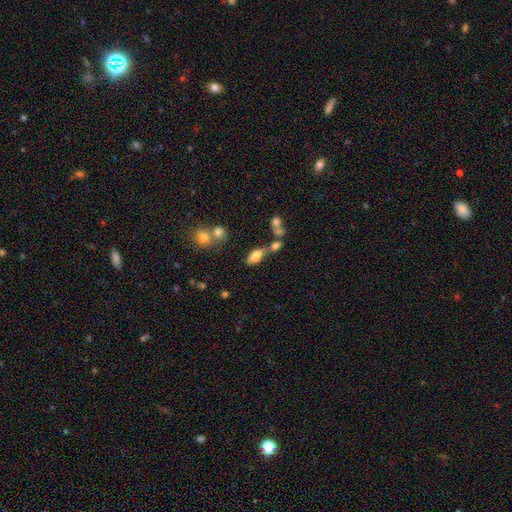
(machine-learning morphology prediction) Smooth or featured? smooth (69%)
How rounded? in between (80%)
Merging? merger (42%)